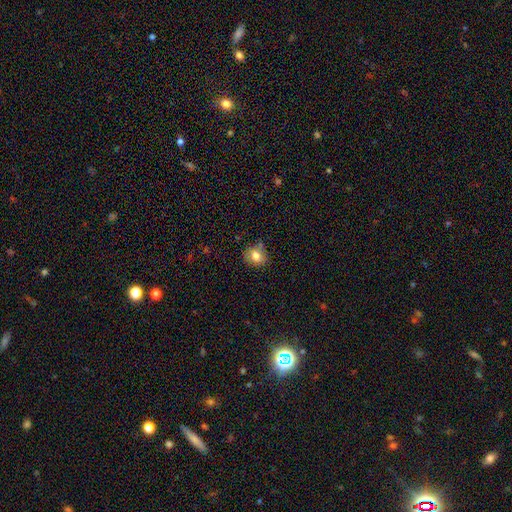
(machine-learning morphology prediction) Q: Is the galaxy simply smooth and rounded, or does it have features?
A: smooth — 79%.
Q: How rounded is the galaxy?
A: round — 63%.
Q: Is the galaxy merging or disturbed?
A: none — 73%.